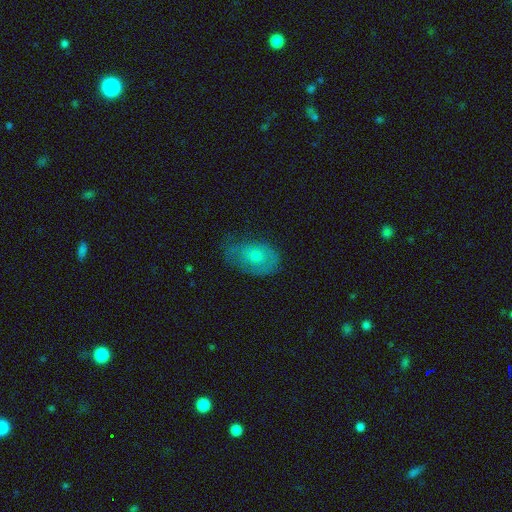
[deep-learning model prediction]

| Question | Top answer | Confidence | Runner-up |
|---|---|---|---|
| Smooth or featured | smooth | 54% | featured or disk (37%) |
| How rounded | in between | 84% | round (15%) |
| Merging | none | 49% | minor disturbance (35%) |